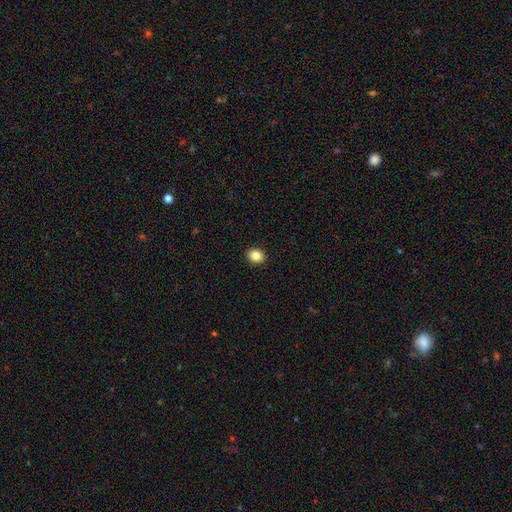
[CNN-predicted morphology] This appears to be a smooth galaxy with no disk features (85%) that is round (65%). Merging: none (93%).